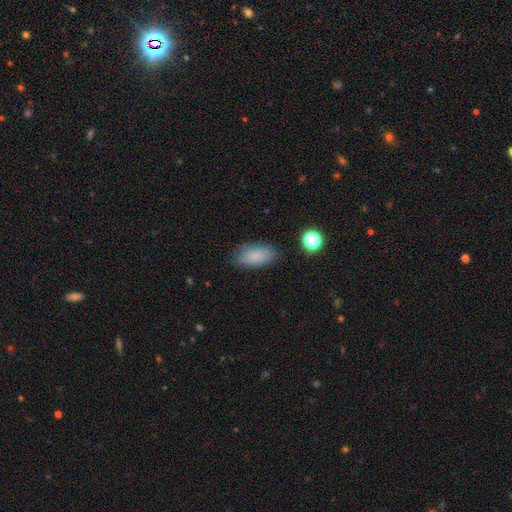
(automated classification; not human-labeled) A smooth galaxy with no disk features (81%) that is in between round and cigar-shaped (91%).

Vote fractions:
- Smooth or featured? smooth: 81% / featured or disk: 10% / star or artifact: 9%
- How rounded? in between: 91% / round: 4% / cigar-shaped: 4%
- Merging? none: 77% / minor disturbance: 17% / major disturbance: 4% / merger: 2%